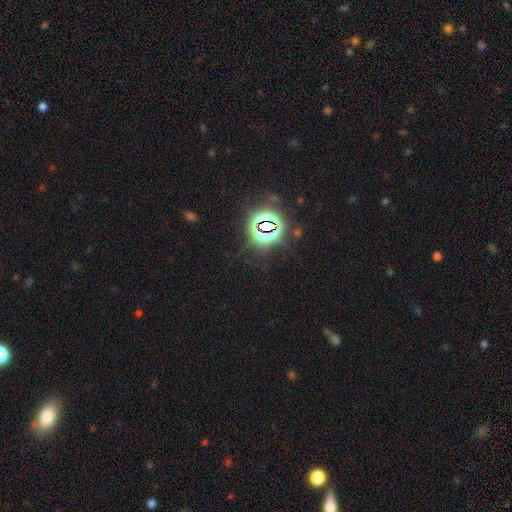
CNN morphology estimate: This appears to be a star or artifact, not a galaxy (84%).